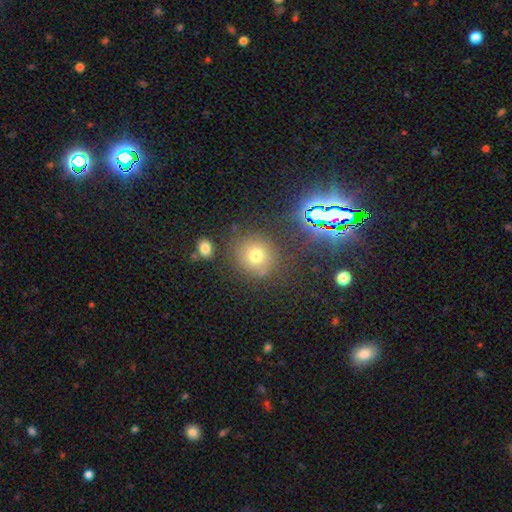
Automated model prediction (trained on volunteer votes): smooth_or_featured: smooth (p=0.69) [alt: star or artifact p=0.20]
how_rounded: round (p=0.86) [alt: in between p=0.13]
merging: none (p=0.79) [alt: minor disturbance p=0.11]